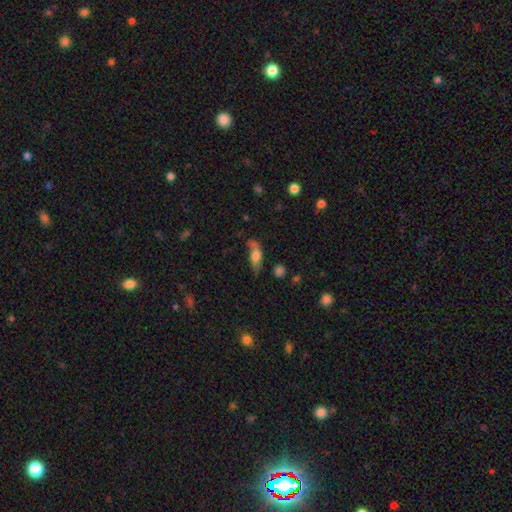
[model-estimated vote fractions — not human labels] smooth 63%, featured or disk 28%, star or artifact 9%. Down the decision tree: how rounded — in between (65%); merging — none (48%).